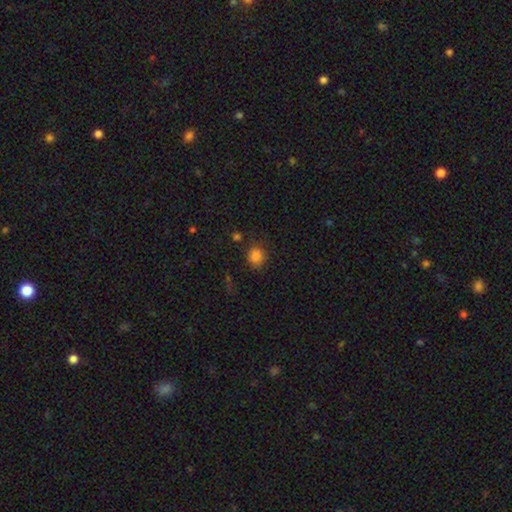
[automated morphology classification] This appears to be a smooth galaxy with no disk features (83%) that is round (80%). Merging: none (77%).